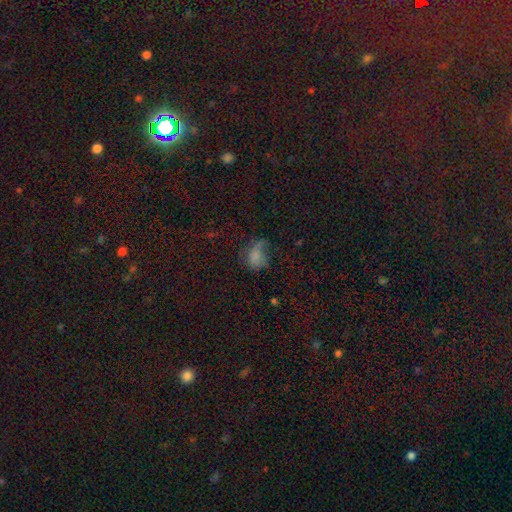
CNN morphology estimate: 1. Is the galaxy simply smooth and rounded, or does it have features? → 59% smooth, 23% featured or disk, 18% star or artifact.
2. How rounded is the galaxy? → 76% in between, 22% round, 2% cigar-shaped.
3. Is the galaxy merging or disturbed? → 39% major disturbance, 31% none, 26% minor disturbance, 4% merger.